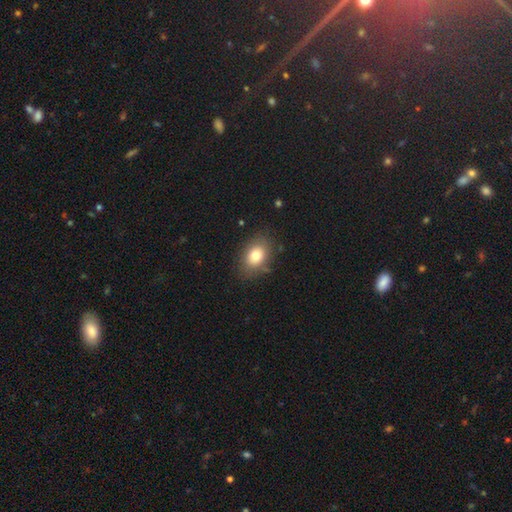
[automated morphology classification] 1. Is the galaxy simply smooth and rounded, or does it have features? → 77% smooth, 13% featured or disk, 10% star or artifact.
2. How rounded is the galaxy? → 73% in between, 25% round, 1% cigar-shaped.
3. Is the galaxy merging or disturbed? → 80% none, 14% minor disturbance, 4% major disturbance, 2% merger.